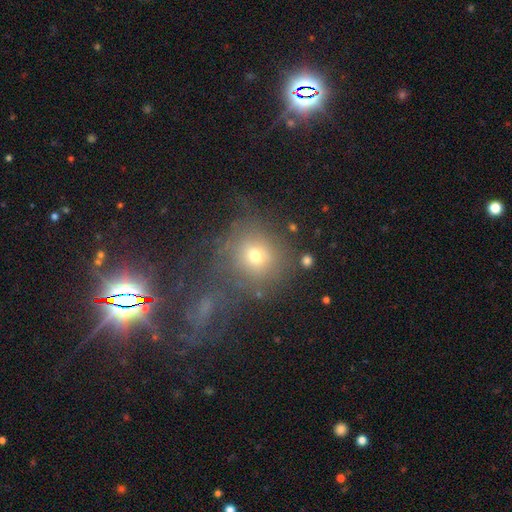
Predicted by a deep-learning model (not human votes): The model was most divided on "merging": none: 48%, merger: 29%, minor disturbance: 12%, major disturbance: 11%. More confident: how rounded — round (85%); smooth or featured — smooth (60%).